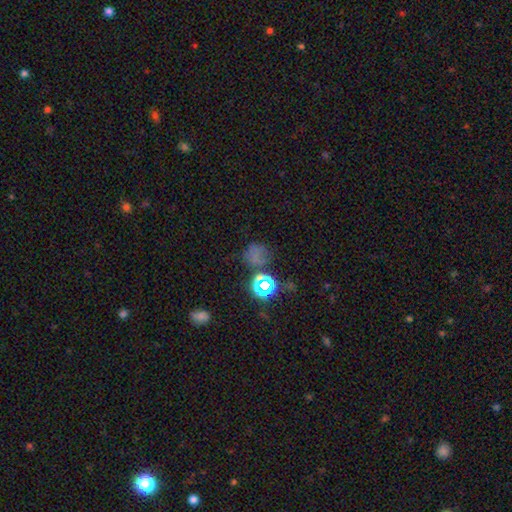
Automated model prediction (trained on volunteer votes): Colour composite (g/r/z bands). It shows a smooth galaxy with no disk features (50%) that is round (77%). Merging: none (56%).